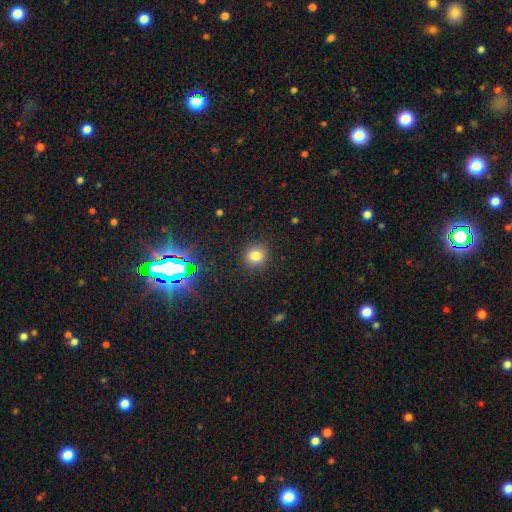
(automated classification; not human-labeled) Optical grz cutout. It shows a smooth galaxy with no disk features (78%) that is round (89%). Merging: none (90%).